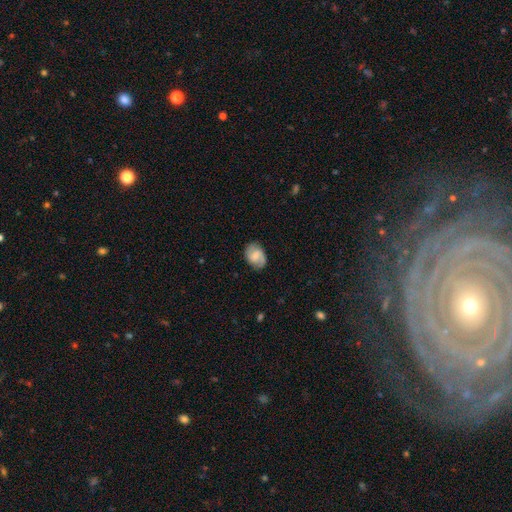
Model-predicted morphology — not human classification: smooth_or_featured: featured or disk (p=0.54) [alt: smooth p=0.39]
disk_edge_on: no (p=0.97) [alt: yes p=0.03]
bar: weak (p=0.50) [alt: no p=0.38]
has_spiral_arms: yes (p=0.89) [alt: no p=0.11]
bulge_size: small (p=0.39) [alt: moderate p=0.37]
merging: none (p=0.79) [alt: minor disturbance p=0.15]